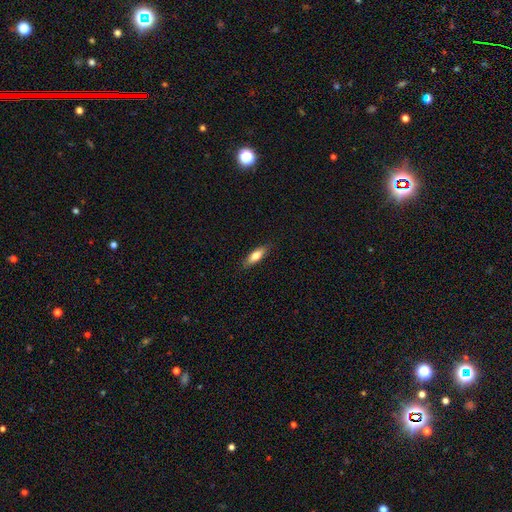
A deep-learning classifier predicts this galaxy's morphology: A smooth galaxy with no disk features (74%) that is in between round and cigar-shaped (55%). Merging: none (87%).